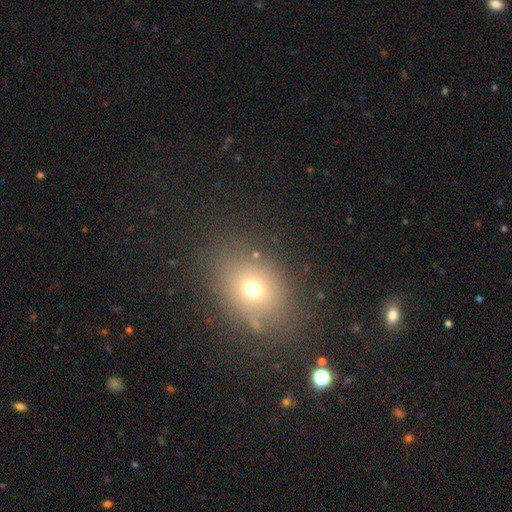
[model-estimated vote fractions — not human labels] A smooth galaxy with no disk features (67%) that is round (49%, tied with in between). Merging: none (79%).